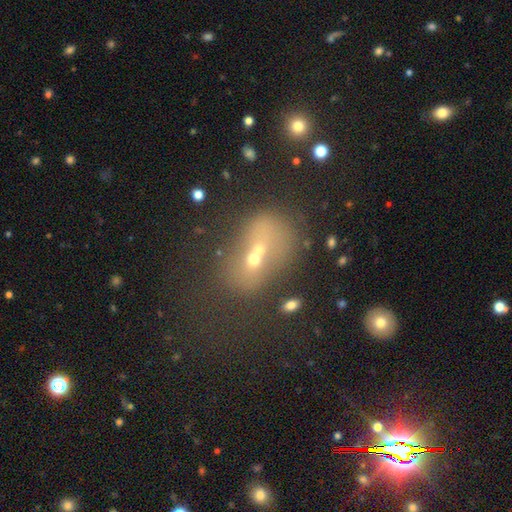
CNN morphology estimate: Smooth or featured: smooth — 47% (featured or disk — 27%)
Merging: merger — 53% (none — 25%)